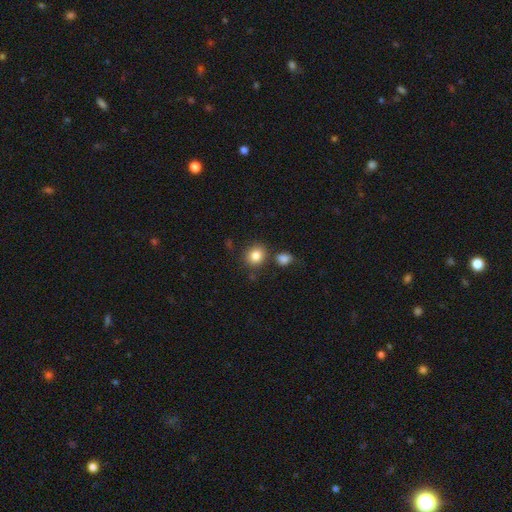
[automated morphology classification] Smooth or featured? smooth (84%)
How rounded? round (79%)
Merging? none (77%)